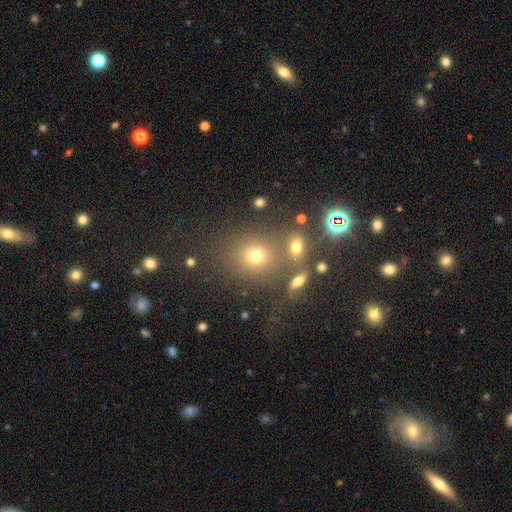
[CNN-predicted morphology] Smooth or featured?
  - smooth: 67% *
  - star or artifact: 22%
  - featured or disk: 11%
How rounded?
  - round: 77% *
  - in between: 21%
  - cigar-shaped: 2%
Merging?
  - none: 67% *
  - merger: 17%
  - minor disturbance: 10%
  - major disturbance: 6%